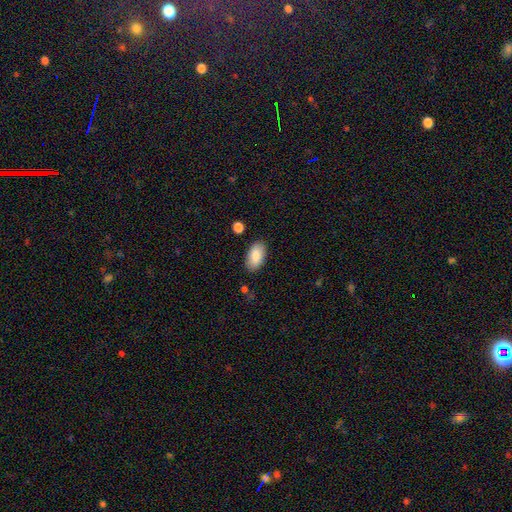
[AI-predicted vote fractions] Smooth or featured? smooth (87%)
How rounded? in between (95%)
Merging? none (86%)